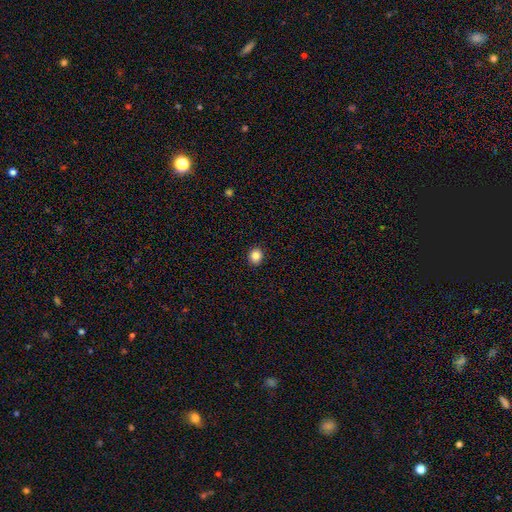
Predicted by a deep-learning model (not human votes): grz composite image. It shows a smooth galaxy with no disk features (85%) that is round (75%). Merging: none (92%).